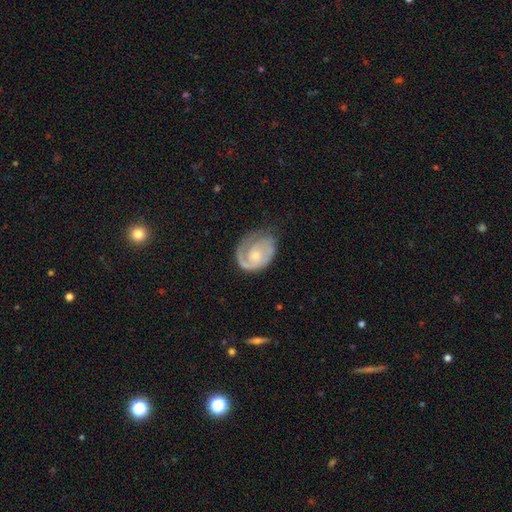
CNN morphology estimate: Smooth or featured: featured or disk — 78% (smooth — 17%)
Edge-on disk: no — 97% (yes — 3%)
Bar: no — 73% (weak — 24%)
Spiral arms: yes — 93% (no — 7%)
Spiral winding: tight — 56% (medium — 31%)
Spiral arm count: 1 — 54% (2 — 29%)
Bulge size: small — 52% (moderate — 39%)
Merging: none — 61% (minor disturbance — 23%)